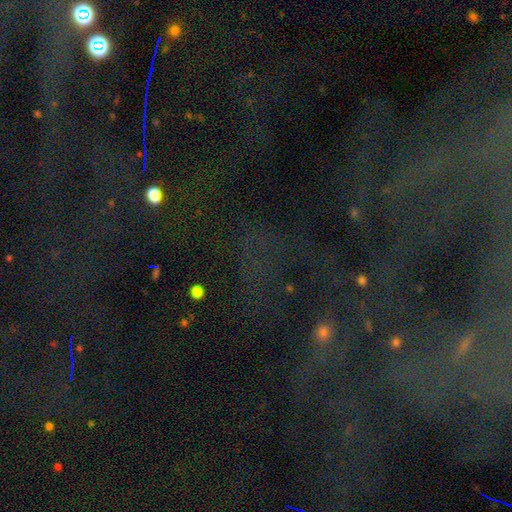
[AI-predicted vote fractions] Smooth or featured? Predicted: star or artifact (p=0.75).